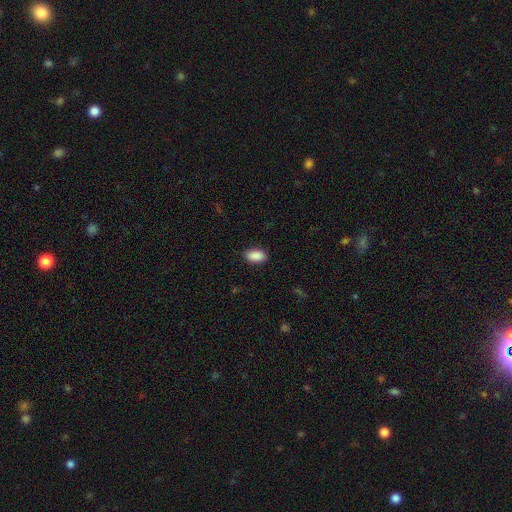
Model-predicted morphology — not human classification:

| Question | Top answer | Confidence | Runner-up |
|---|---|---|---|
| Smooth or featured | smooth | 90% | star or artifact (7%) |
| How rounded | in between | 93% | round (5%) |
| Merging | none | 87% | minor disturbance (10%) |